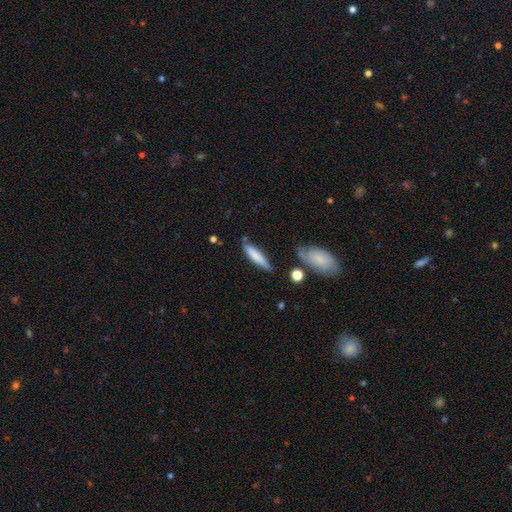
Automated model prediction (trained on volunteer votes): The model was most divided on "merging": none: 72%, minor disturbance: 19%, merger: 5%, major disturbance: 4%. More confident: how rounded — cigar-shaped (80%); smooth or featured — smooth (77%).